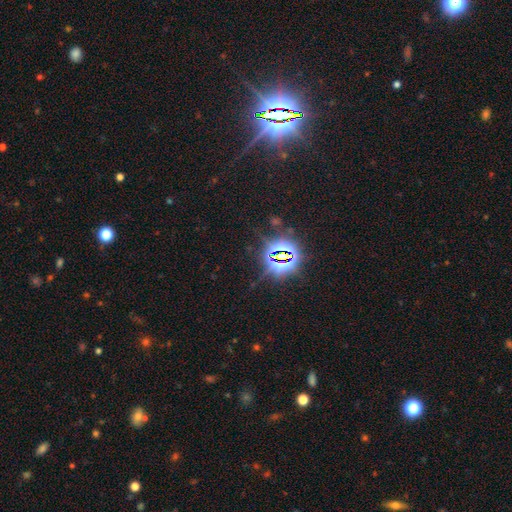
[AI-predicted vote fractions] This appears to be a star or artifact, not a galaxy (84%).